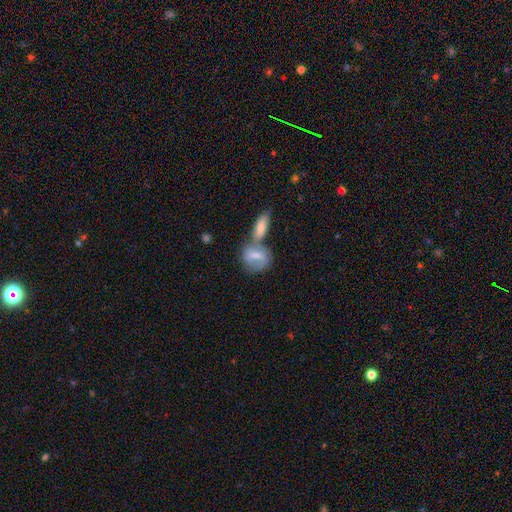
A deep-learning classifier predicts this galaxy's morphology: Smooth or featured? smooth (56%)
How rounded? in between (56%)
Merging? merger (48%)